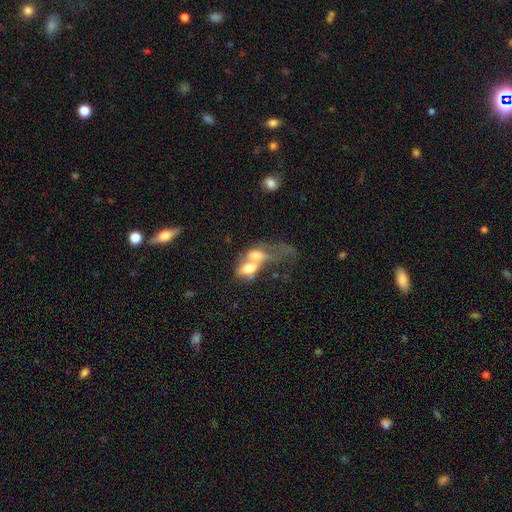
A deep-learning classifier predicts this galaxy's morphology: The model was most divided on "smooth or featured": smooth: 55%, featured or disk: 35%, star or artifact: 10%. More confident: merging — merger (75%); how rounded — in between (73%).